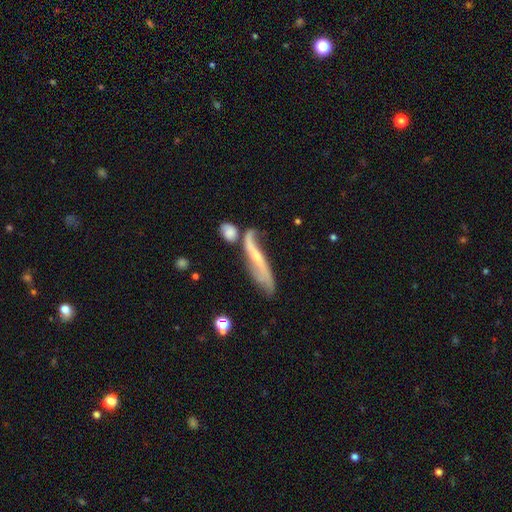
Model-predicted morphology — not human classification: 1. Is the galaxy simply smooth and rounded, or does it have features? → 67% featured or disk, 25% smooth, 8% star or artifact.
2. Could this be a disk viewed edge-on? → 55% no, 45% yes.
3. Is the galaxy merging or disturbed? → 35% none, 28% merger, 20% minor disturbance, 17% major disturbance.